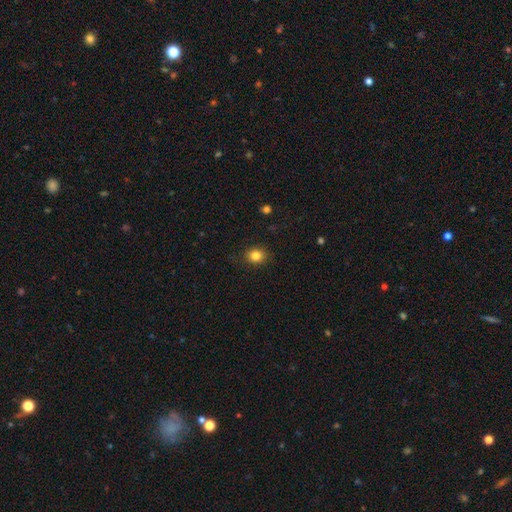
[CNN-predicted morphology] The model was most divided on "how rounded": round: 68%, in between: 31%, cigar-shaped: 1%. More confident: merging — none (87%); smooth or featured — smooth (83%).